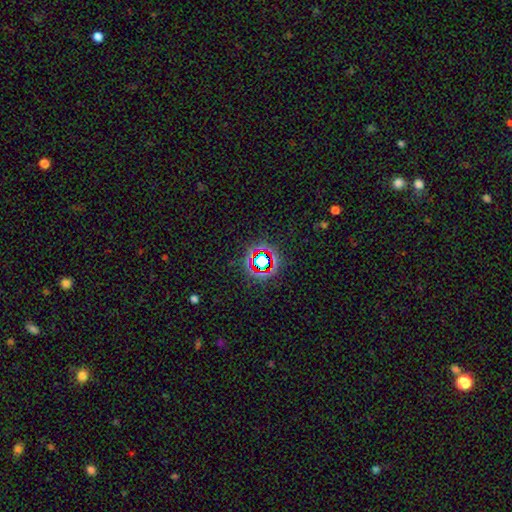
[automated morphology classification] A star or artifact, not a galaxy (74%).

Vote fractions:
- Smooth or featured? star or artifact: 74% / smooth: 15% / featured or disk: 11%